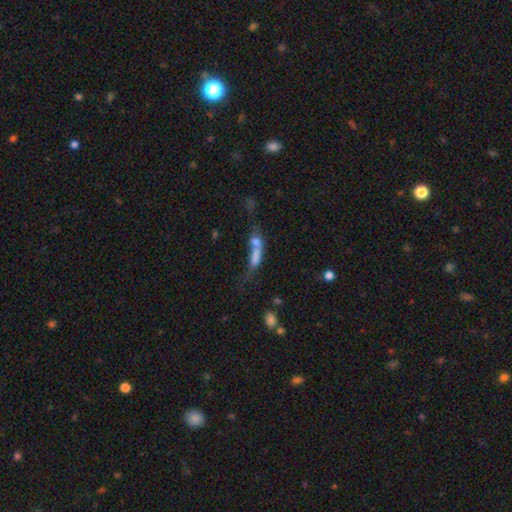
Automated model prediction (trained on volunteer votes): Morphology: type=smooth (61%); roundness=in between (53%); merging=merger (65%).